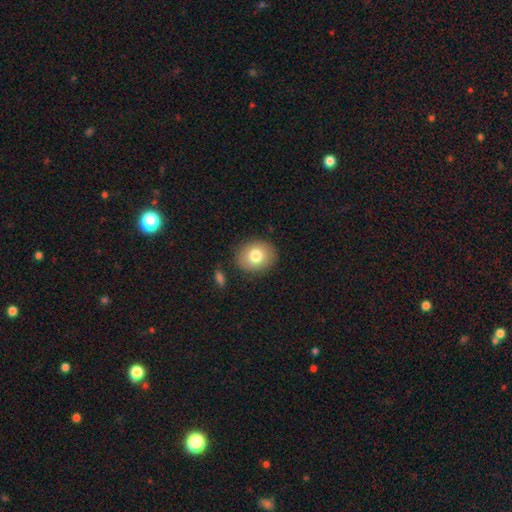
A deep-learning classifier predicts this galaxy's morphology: A smooth galaxy with no disk features (78%) that is round (58%). Merging: none (85%).